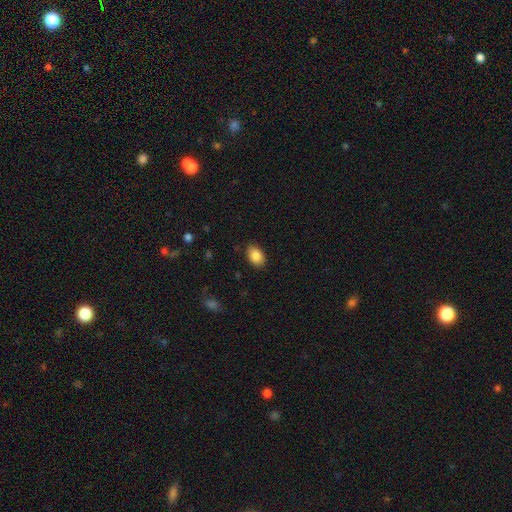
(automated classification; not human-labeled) Smooth or featured: smooth — 87% (star or artifact — 7%)
How rounded: in between — 86% (round — 12%)
Merging: none — 86% (minor disturbance — 10%)